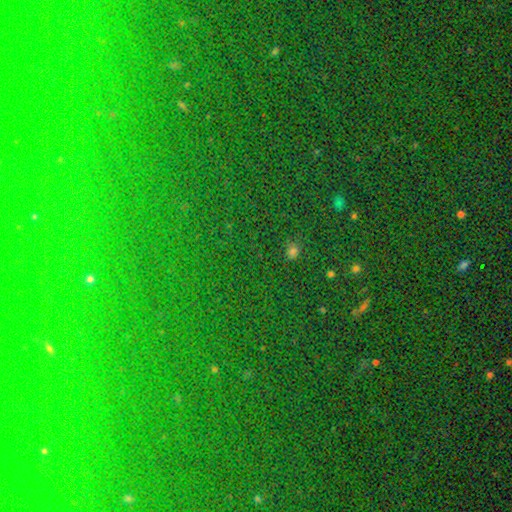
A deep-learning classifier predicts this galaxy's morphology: Smooth or featured: star or artifact — 76% (smooth — 16%)